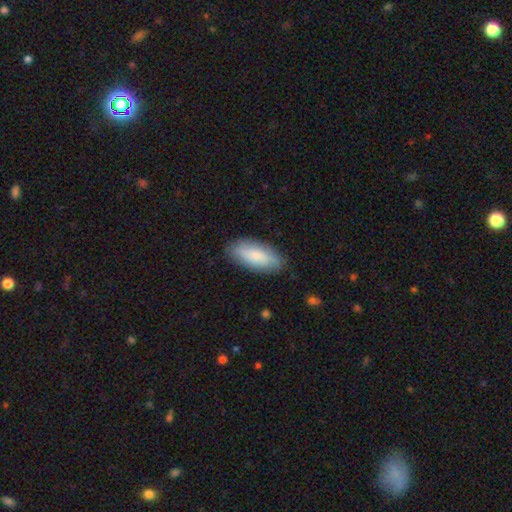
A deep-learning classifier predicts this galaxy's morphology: A smooth galaxy with no disk features (81%) that is in between round and cigar-shaped (80%). Merging: none (85%).